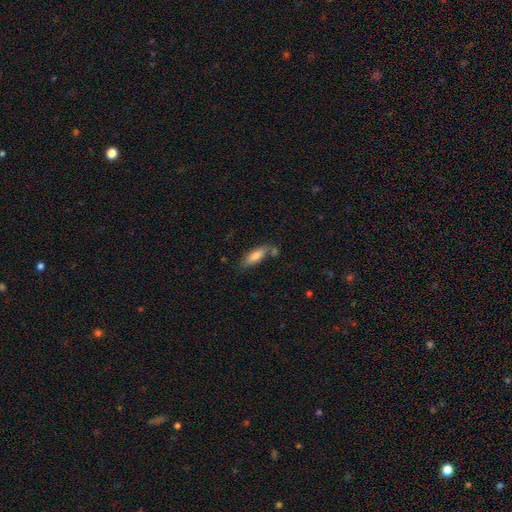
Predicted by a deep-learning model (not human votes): This is likely a smooth galaxy (75%). How rounded: possibly in between (58%). Merging: possibly none (57%).